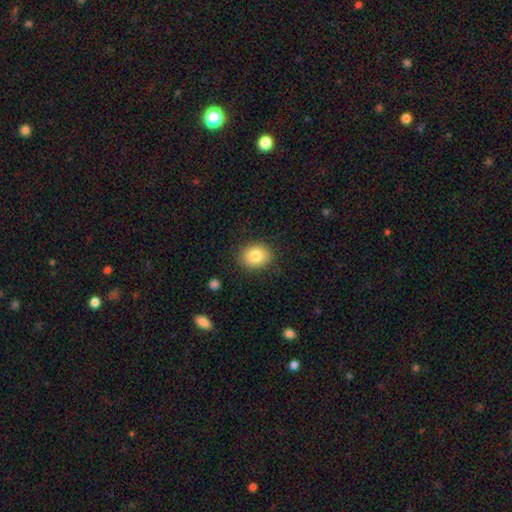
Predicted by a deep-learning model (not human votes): Smooth or featured? smooth (83%)
How rounded? round (53%)
Merging? none (87%)